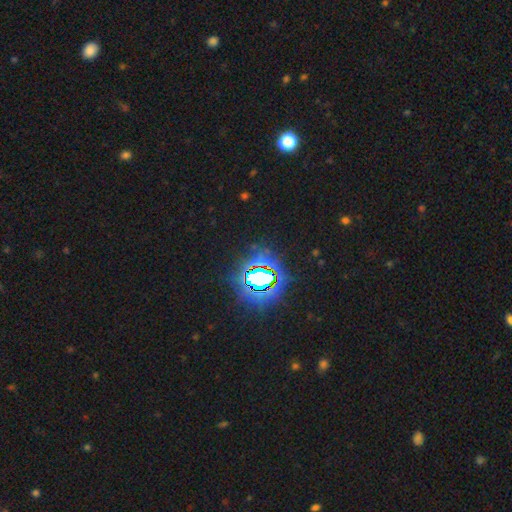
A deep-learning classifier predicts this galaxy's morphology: Smooth or featured? star or artifact (84%)